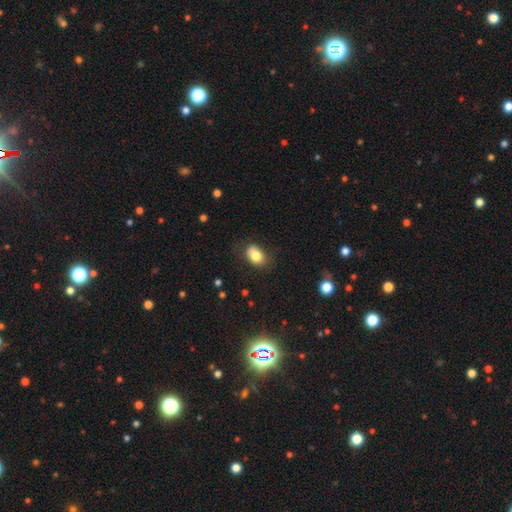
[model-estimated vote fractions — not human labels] A smooth galaxy with no disk features (80%) that is in between round and cigar-shaped (77%).

Vote fractions:
- Smooth or featured? smooth: 80% / featured or disk: 11% / star or artifact: 9%
- How rounded? in between: 77% / round: 22% / cigar-shaped: 1%
- Merging? none: 72% / minor disturbance: 20% / major disturbance: 6% / merger: 2%